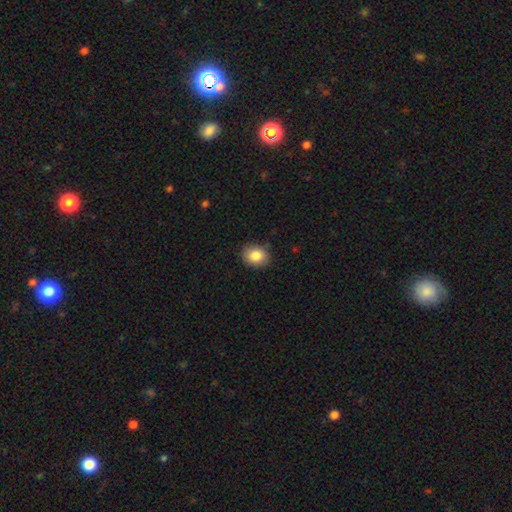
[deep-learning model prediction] smooth 86%, star or artifact 8%, featured or disk 6%. Down the decision tree: how rounded — round (52%); merging — none (85%).